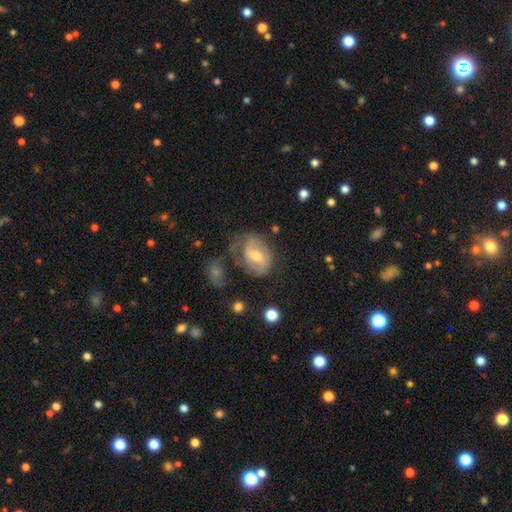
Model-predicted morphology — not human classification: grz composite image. It shows a featured or disk galaxy (59%) with a weak bar (42%), spiral arms (61%) and a moderate central bulge (58%). Merging: none (44%).